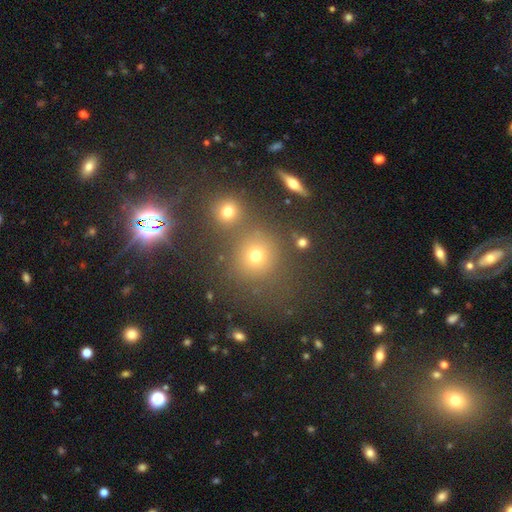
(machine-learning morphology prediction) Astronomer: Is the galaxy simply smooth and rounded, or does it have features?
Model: smooth — 65%.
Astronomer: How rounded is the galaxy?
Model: round — 87%.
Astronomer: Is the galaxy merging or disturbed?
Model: none — 73%.